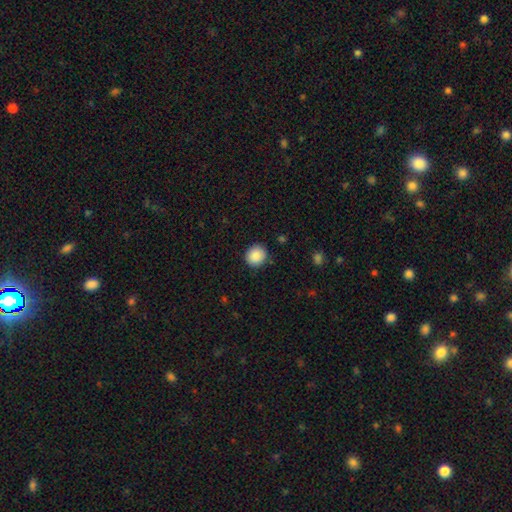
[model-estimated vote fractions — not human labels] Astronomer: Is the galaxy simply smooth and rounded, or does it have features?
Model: smooth — 88%.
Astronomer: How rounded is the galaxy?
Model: round — 85%.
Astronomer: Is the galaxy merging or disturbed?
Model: none — 89%.